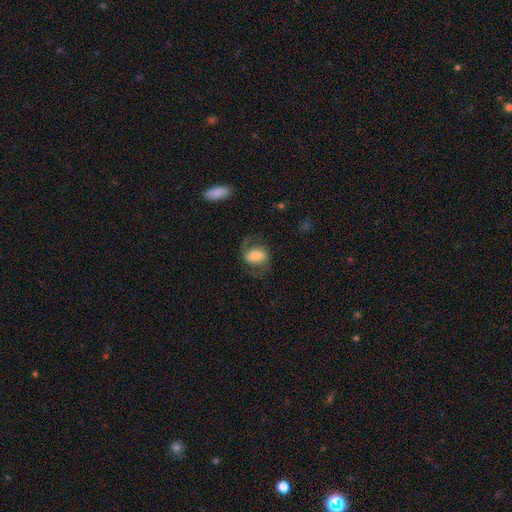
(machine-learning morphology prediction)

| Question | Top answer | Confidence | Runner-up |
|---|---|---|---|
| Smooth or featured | featured or disk | 47% | smooth (45%) |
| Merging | none | 60% | major disturbance (19%) |